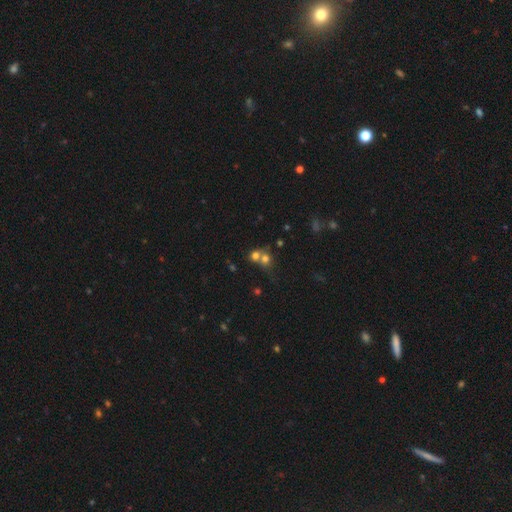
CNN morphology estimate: Q: Smooth or featured?
A: smooth (68%); runner-up: star or artifact (17%)
Q: How rounded?
A: round (78%); runner-up: in between (20%)
Q: Merging?
A: merger (58%); runner-up: none (32%)